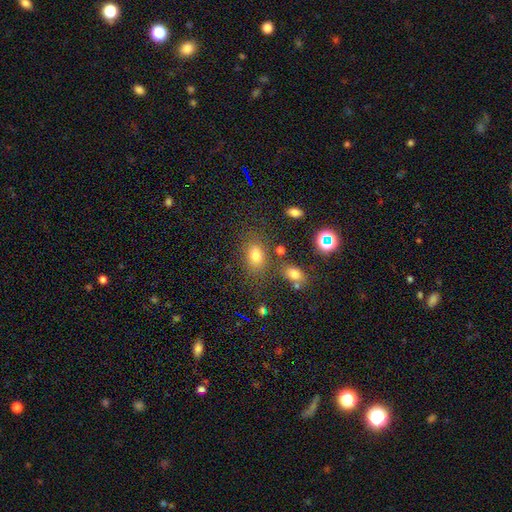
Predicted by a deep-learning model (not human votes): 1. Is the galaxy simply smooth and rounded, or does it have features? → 72% smooth, 17% star or artifact, 10% featured or disk.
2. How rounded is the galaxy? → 75% in between, 23% round, 2% cigar-shaped.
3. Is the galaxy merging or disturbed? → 71% none, 15% minor disturbance, 8% merger, 6% major disturbance.